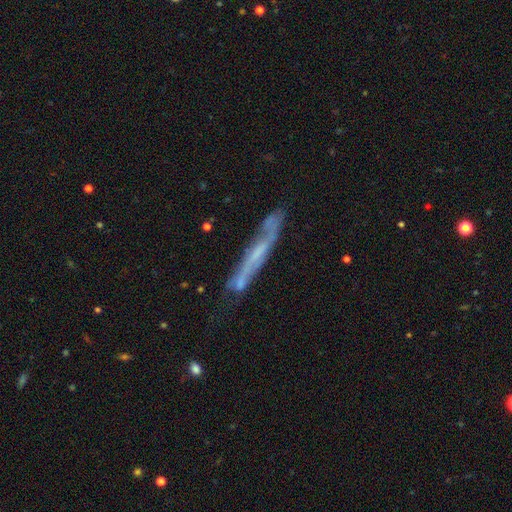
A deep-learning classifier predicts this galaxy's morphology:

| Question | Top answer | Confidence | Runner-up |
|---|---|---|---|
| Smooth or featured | featured or disk | 65% | smooth (26%) |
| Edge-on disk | yes | 72% | no (28%) |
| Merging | none | 68% | minor disturbance (21%) |